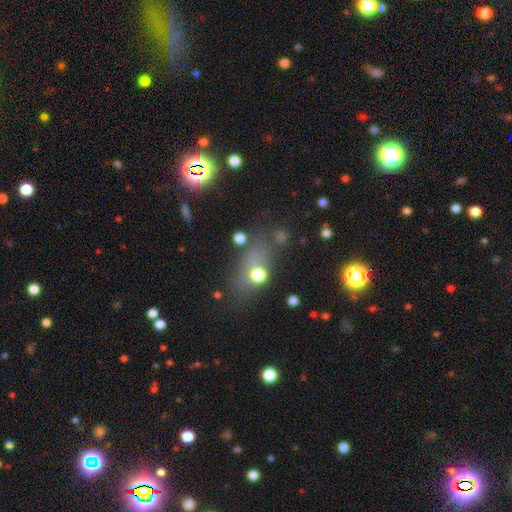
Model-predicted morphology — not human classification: A smooth galaxy with no disk features (54%) that is in between round and cigar-shaped (55%). Merging: none (65%).